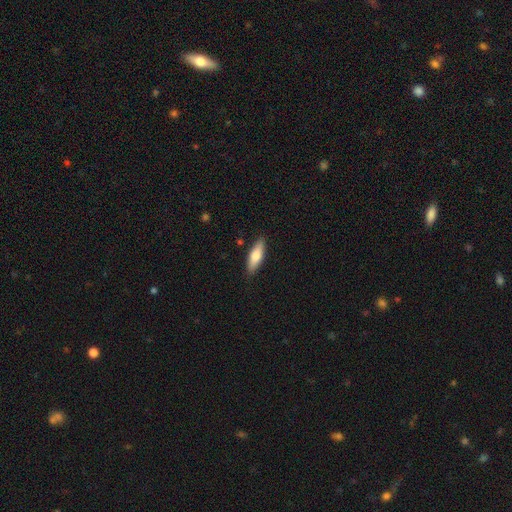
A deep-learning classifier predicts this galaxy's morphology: Smooth or featured: smooth — 71% (featured or disk — 24%)
How rounded: in between — 51% (cigar-shaped — 47%)
Merging: none — 87% (minor disturbance — 10%)